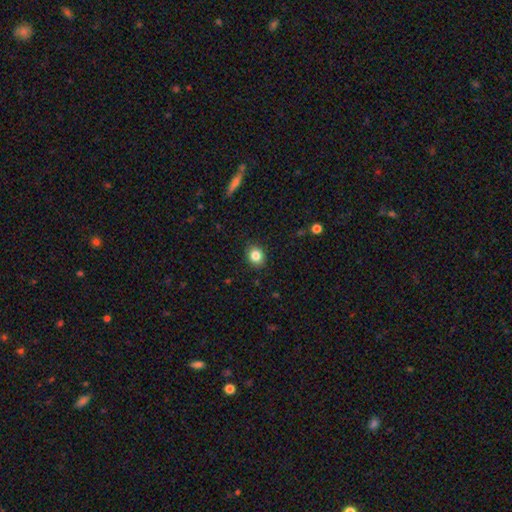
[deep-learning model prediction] Overall: smooth (84%). How rounded: round (57%; in between 42%). Merging: none (89%).